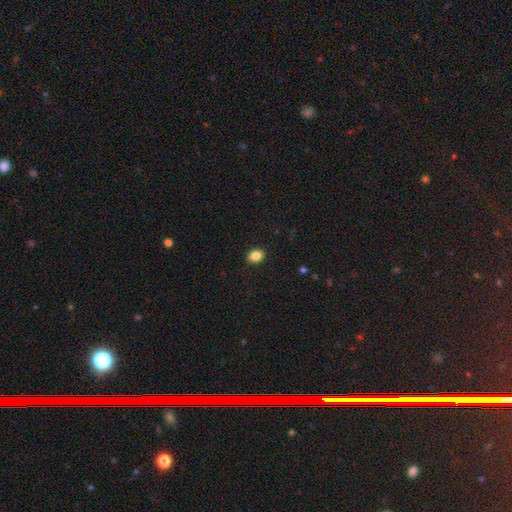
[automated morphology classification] smooth-or-featured: smooth: 86% | star or artifact: 9% | featured or disk: 5%
  how-rounded: in between: 68% | round: 31% | cigar-shaped: 1%
  merging: none: 90% | minor disturbance: 7% | major disturbance: 2% | merger: 1%